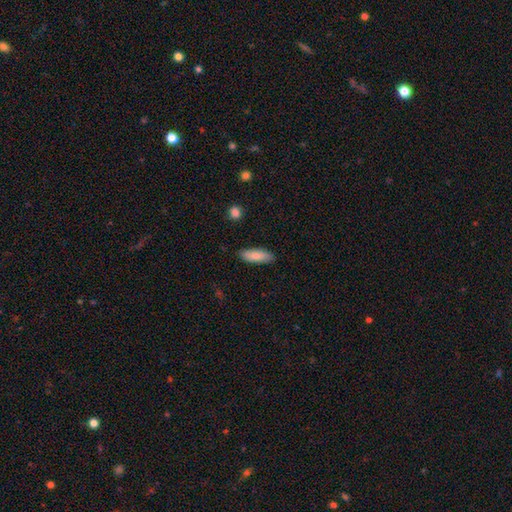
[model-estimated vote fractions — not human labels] This appears to be a smooth galaxy with no disk features (83%) that is in between round and cigar-shaped (58%). Merging: none (86%).